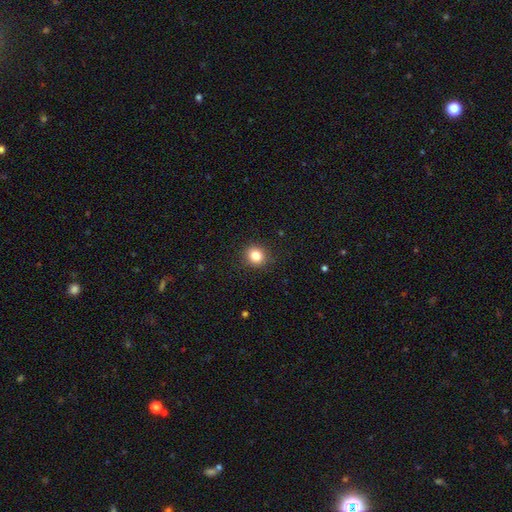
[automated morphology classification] Smooth or featured? smooth (83%)
How rounded? round (86%)
Merging? none (90%)